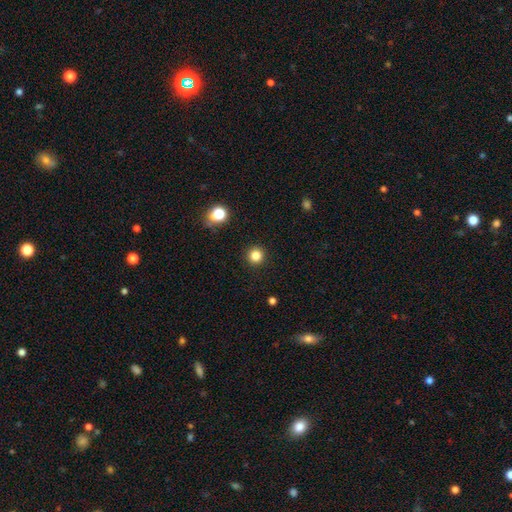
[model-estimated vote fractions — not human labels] Smooth or featured?
  - smooth: 83% *
  - star or artifact: 13%
  - featured or disk: 4%
How rounded?
  - round: 95% *
  - in between: 4%
  - cigar-shaped: 1%
Merging?
  - none: 92% *
  - minor disturbance: 5%
  - major disturbance: 2%
  - merger: 1%